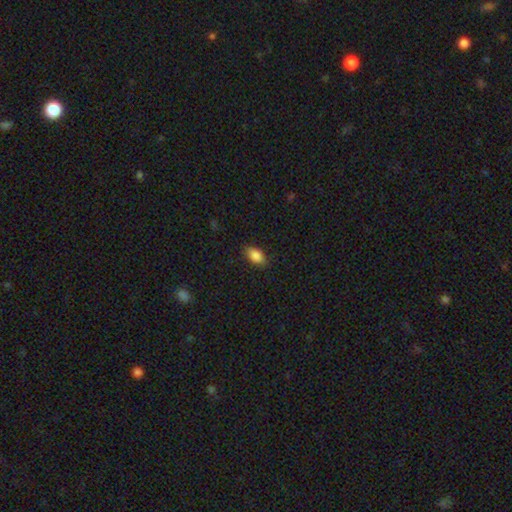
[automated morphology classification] smooth-or-featured: smooth: 87% | star or artifact: 8% | featured or disk: 5%
  how-rounded: in between: 88% | round: 10% | cigar-shaped: 2%
  merging: none: 84% | minor disturbance: 12% | major disturbance: 3% | merger: 1%